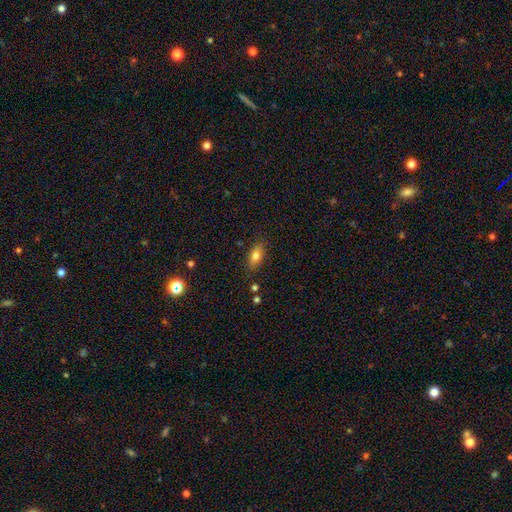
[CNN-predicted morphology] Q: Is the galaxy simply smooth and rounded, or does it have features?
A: smooth — 77%.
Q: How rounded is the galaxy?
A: in between — 81%.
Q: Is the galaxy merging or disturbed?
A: none — 83%.